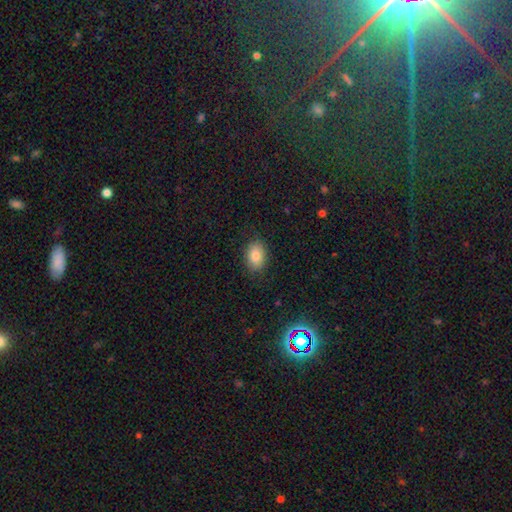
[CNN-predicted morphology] type=smooth (83%); roundness=in between (79%); merging=none (86%).